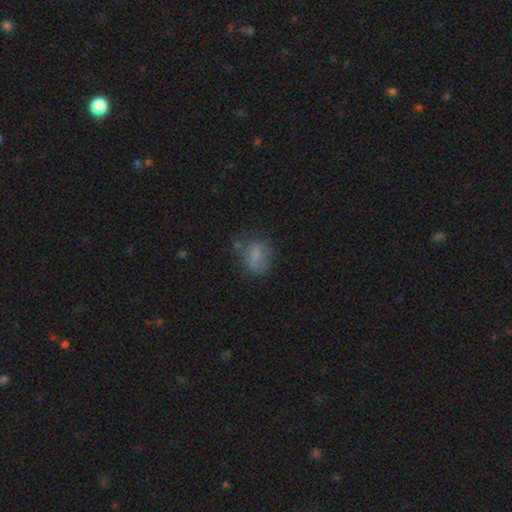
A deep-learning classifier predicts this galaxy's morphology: Smooth or featured? Predicted: smooth (p=0.75). How rounded? Predicted: in between (p=0.57). Merging? Predicted: none (p=0.60).